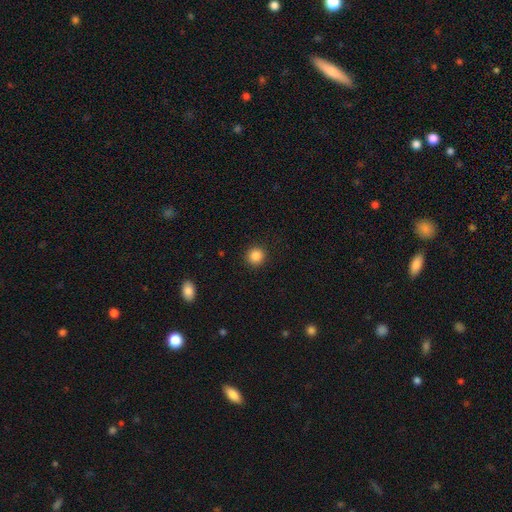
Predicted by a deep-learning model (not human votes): Q: Smooth or featured?
A: smooth (86%); runner-up: star or artifact (10%)
Q: How rounded?
A: round (93%); runner-up: in between (6%)
Q: Merging?
A: none (92%); runner-up: minor disturbance (5%)